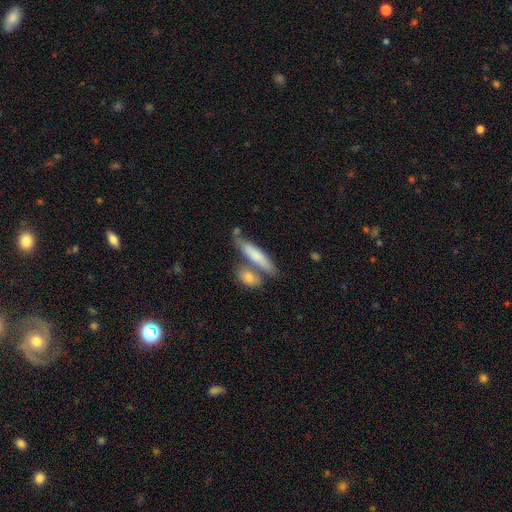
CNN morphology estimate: A smooth galaxy with no disk features (71%) that is cigar-shaped (76%).

Vote fractions:
- Smooth or featured? smooth: 71% / featured or disk: 24% / star or artifact: 5%
- How rounded? cigar-shaped: 76% / in between: 22% / round: 2%
- Merging? none: 55% / merger: 29% / minor disturbance: 12% / major disturbance: 4%